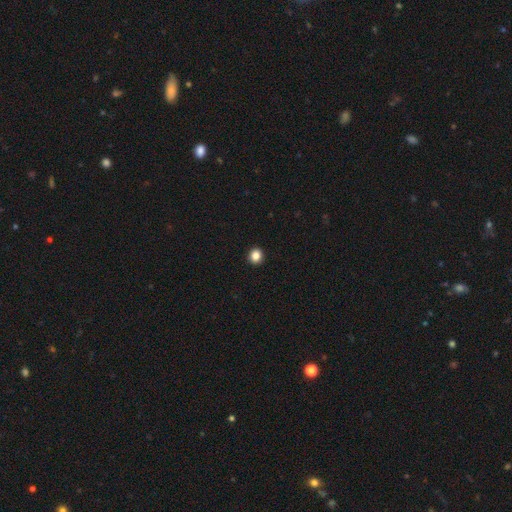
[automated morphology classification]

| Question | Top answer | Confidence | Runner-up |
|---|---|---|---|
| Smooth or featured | smooth | 85% | star or artifact (11%) |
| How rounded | round | 87% | in between (12%) |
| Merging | none | 94% | minor disturbance (4%) |